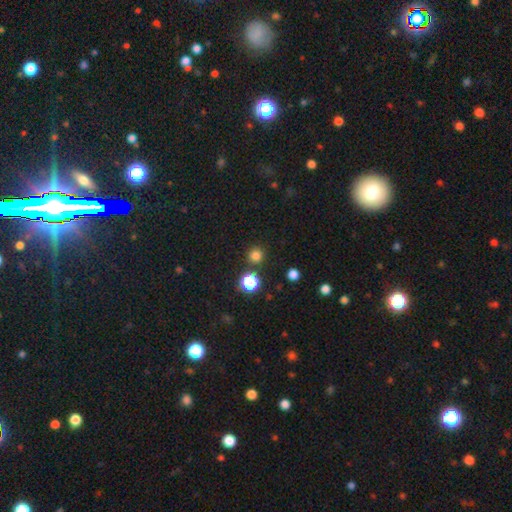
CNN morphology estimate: type=smooth (79%); roundness=round (95%); merging=none (87%).